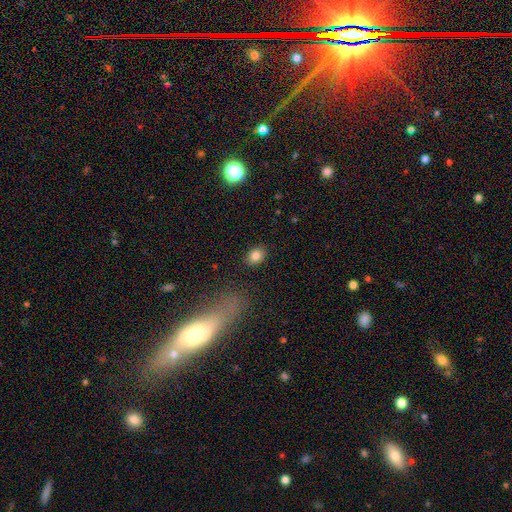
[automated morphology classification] Smooth or featured? smooth (83%)
How rounded? in between (64%)
Merging? none (87%)